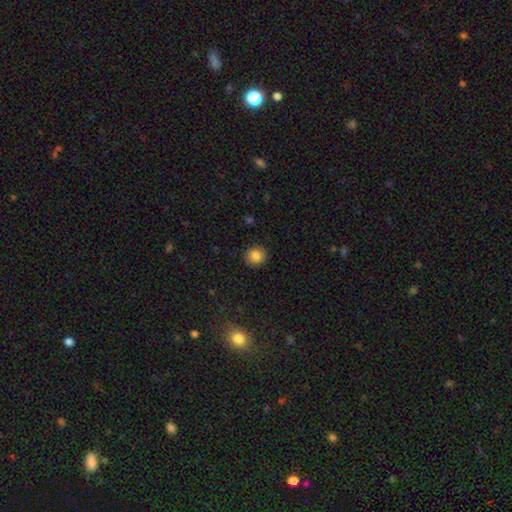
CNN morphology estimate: This is clearly a smooth galaxy (84%). How rounded: clearly round (87%). Merging: clearly none (90%).